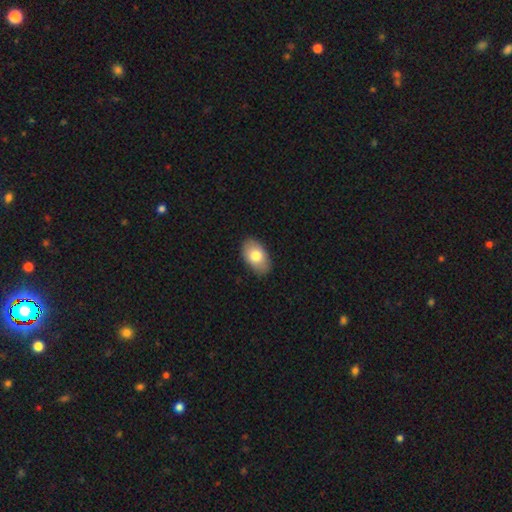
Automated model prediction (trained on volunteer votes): Overall: smooth (78%). How rounded: in between (92%). Merging: none (85%).